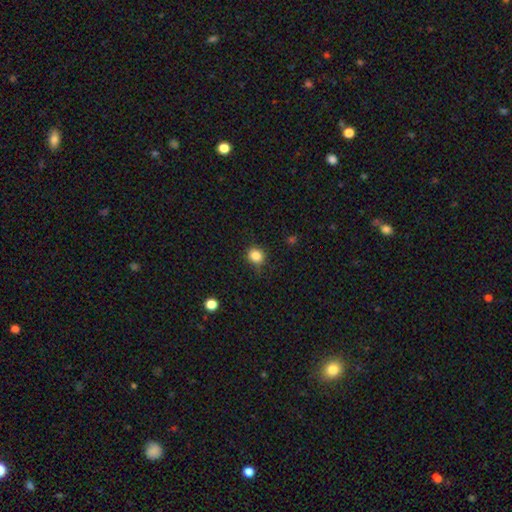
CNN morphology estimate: Q: Smooth or featured?
A: smooth (85%); runner-up: star or artifact (11%)
Q: How rounded?
A: round (81%); runner-up: in between (18%)
Q: Merging?
A: none (83%); runner-up: minor disturbance (12%)